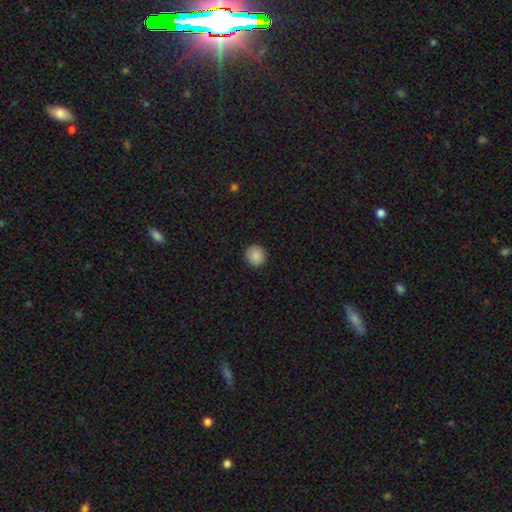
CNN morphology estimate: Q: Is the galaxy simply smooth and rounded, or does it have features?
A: smooth — 88%.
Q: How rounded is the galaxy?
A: round — 91%.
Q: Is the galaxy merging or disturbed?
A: none — 92%.